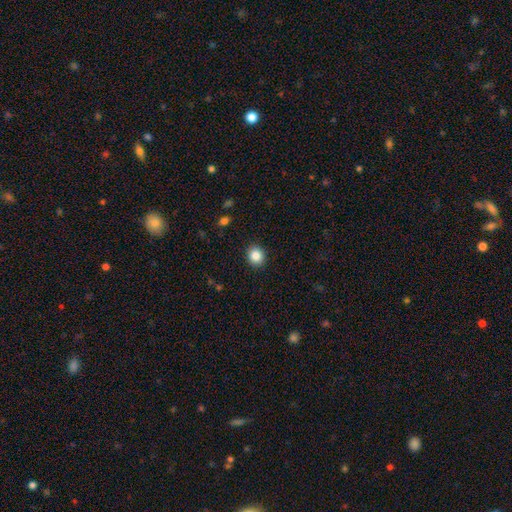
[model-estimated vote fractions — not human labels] Smooth or featured? Predicted: smooth (p=0.86). How rounded? Predicted: round (p=0.76). Merging? Predicted: none (p=0.91).